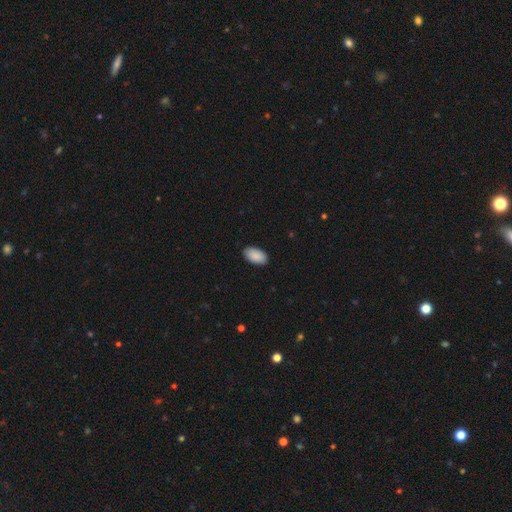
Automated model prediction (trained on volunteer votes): The model was most divided on "merging": none: 88%, minor disturbance: 9%, major disturbance: 2%, merger: 1%. More confident: how rounded — in between (95%); smooth or featured — smooth (91%).